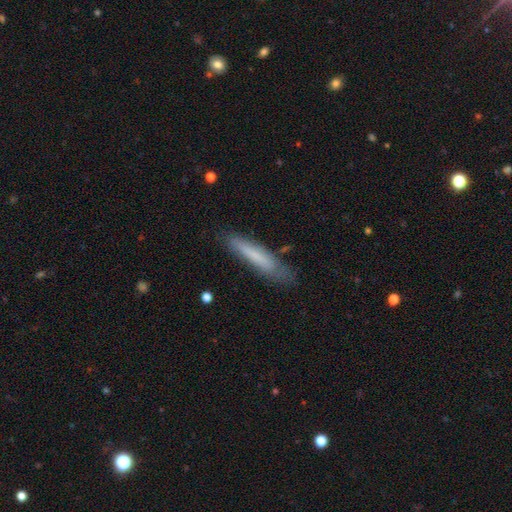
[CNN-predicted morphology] type=smooth (68%); roundness=cigar-shaped (89%); merging=none (75%).